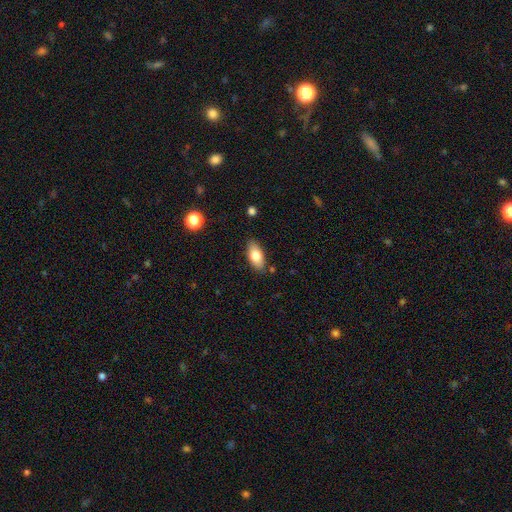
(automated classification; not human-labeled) This is likely a smooth galaxy (77%). How rounded: clearly in between (89%). Merging: clearly none (84%).